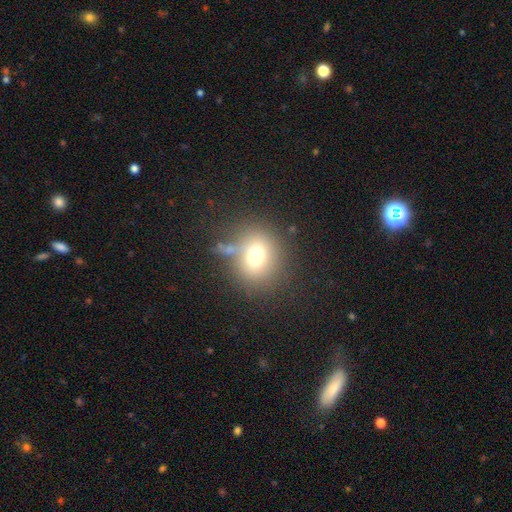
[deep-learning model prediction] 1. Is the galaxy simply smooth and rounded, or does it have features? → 70% smooth, 16% star or artifact, 14% featured or disk.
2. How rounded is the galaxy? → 77% round, 22% in between, 1% cigar-shaped.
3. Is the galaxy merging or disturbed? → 71% none, 14% minor disturbance, 8% major disturbance, 7% merger.